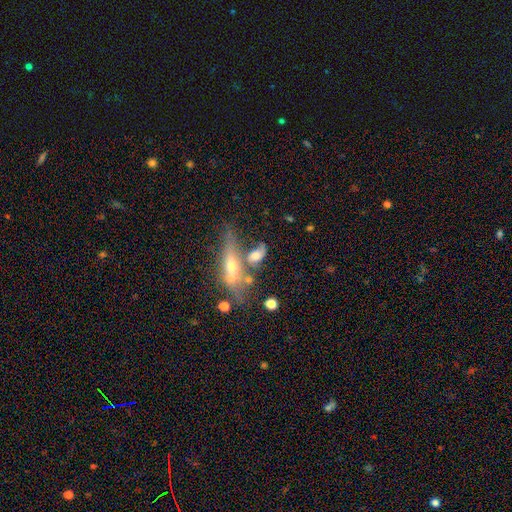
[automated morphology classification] The model was most divided on "smooth or featured": smooth: 48%, featured or disk: 41%, star or artifact: 11%. Remaining: merging — merger (42%).